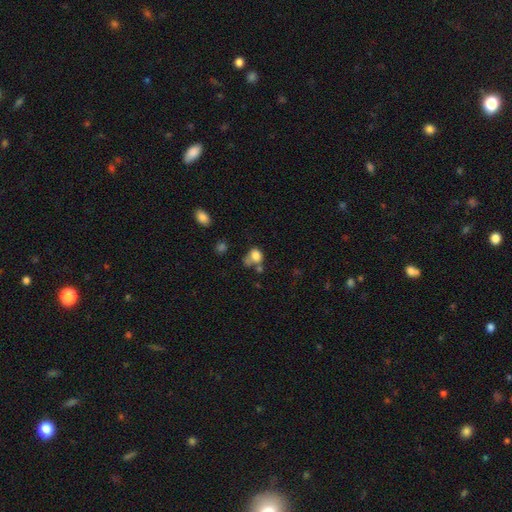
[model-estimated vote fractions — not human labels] A smooth galaxy with no disk features (78%) that is round (53%). Merging: none (32%).